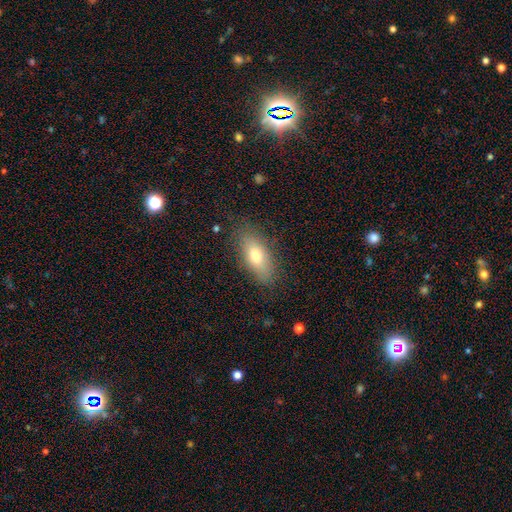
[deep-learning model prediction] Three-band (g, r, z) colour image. It shows a smooth galaxy with no disk features (74%) that is in between round and cigar-shaped (80%). Merging: none (83%).